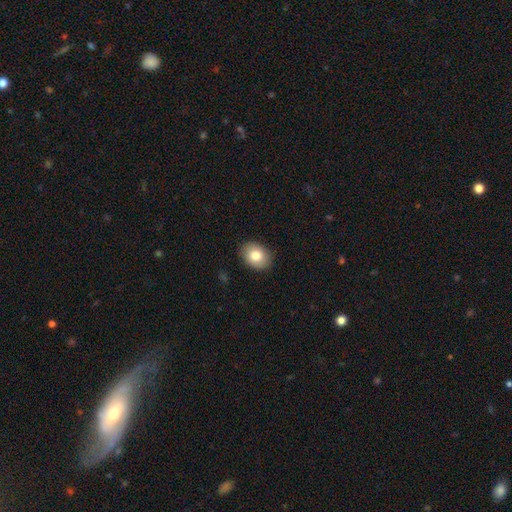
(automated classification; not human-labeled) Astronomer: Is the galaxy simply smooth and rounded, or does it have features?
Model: smooth — 81%.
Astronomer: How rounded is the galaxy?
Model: in between — 67%.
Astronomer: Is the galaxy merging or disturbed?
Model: none — 88%.